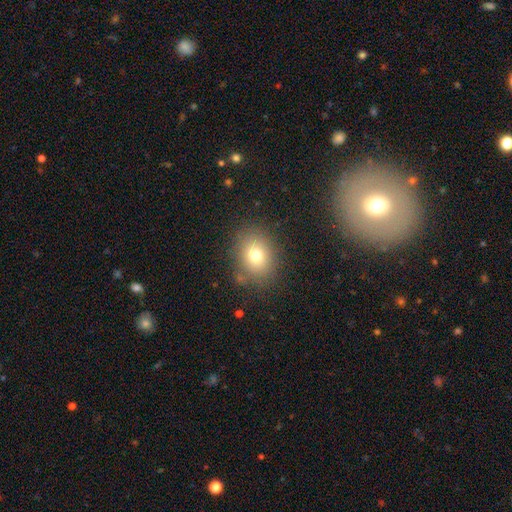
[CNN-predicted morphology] A smooth galaxy with no disk features (73%) that is round (56%). Merging: none (81%).